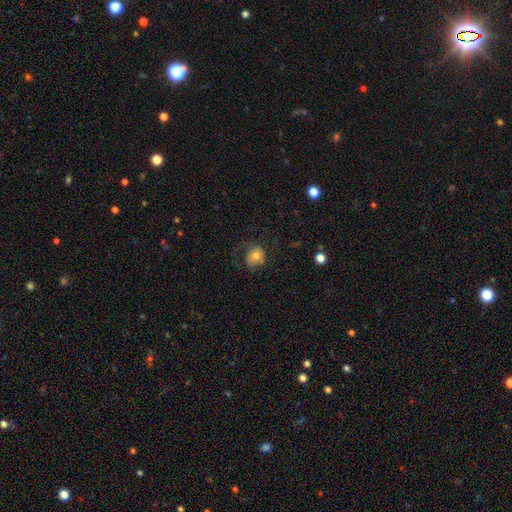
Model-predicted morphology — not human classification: smooth 73%, featured or disk 18%, star or artifact 9%. Down the decision tree: how rounded — round (67%); merging — none (55%).